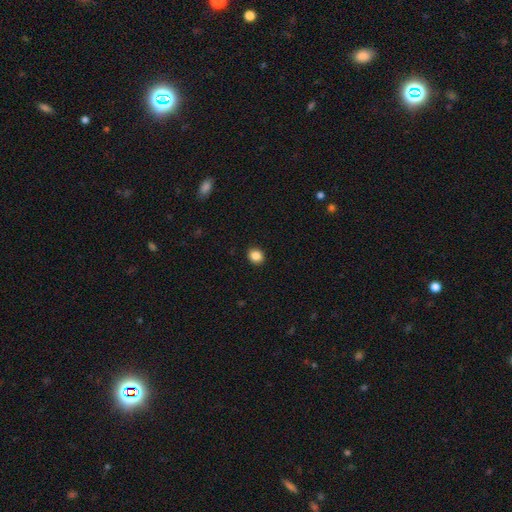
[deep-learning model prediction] This appears to be a smooth galaxy with no disk features (86%) that is round (72%). Merging: none (92%).